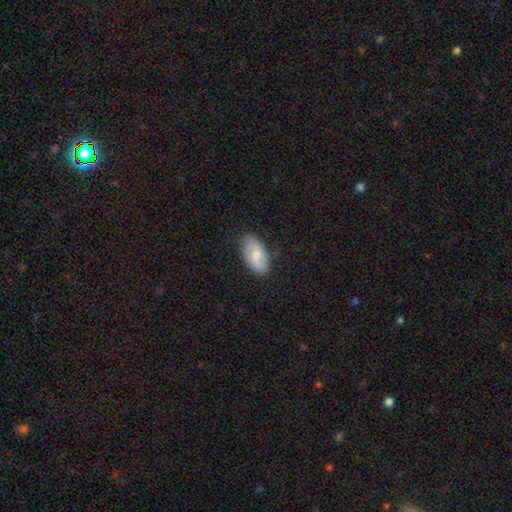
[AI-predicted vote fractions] A smooth galaxy with no disk features (63%) that is in between round and cigar-shaped (94%).

Vote fractions:
- Smooth or featured? smooth: 63% / featured or disk: 32% / star or artifact: 6%
- How rounded? in between: 94% / round: 4% / cigar-shaped: 2%
- Merging? none: 76% / minor disturbance: 19% / major disturbance: 3% / merger: 1%